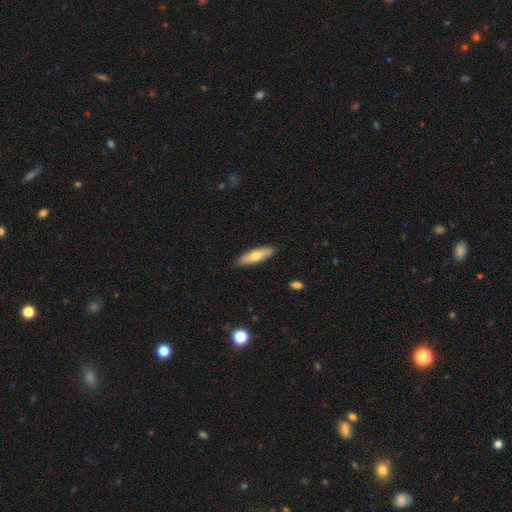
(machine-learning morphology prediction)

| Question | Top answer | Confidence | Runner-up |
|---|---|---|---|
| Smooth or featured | smooth | 67% | featured or disk (28%) |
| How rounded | cigar-shaped | 59% | in between (39%) |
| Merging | none | 88% | minor disturbance (9%) |